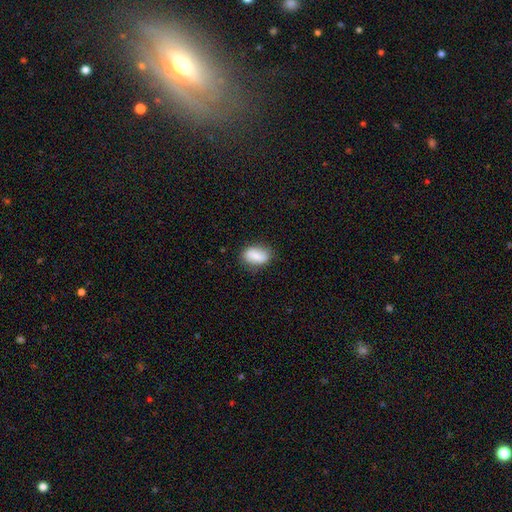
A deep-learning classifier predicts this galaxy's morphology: Smooth or featured: smooth — 81% (featured or disk — 12%)
How rounded: in between — 87% (round — 10%)
Merging: none — 77% (minor disturbance — 17%)